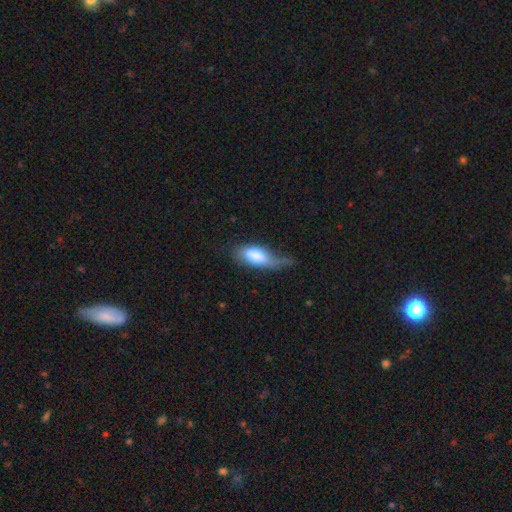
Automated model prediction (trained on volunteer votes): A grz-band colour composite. It shows a smooth galaxy with no disk features (74%) that is in between round and cigar-shaped (82%). Merging: minor disturbance (37%).